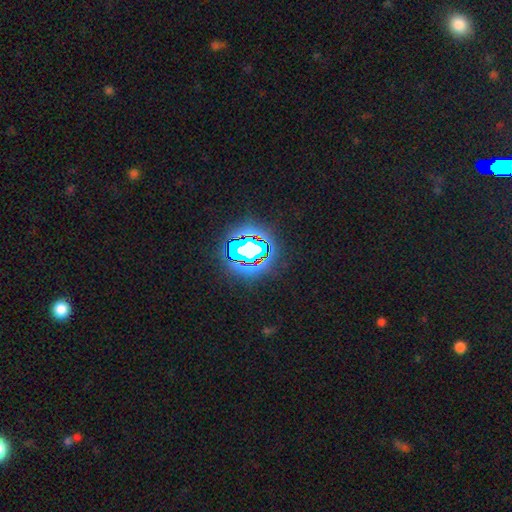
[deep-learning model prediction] Smooth or featured? Predicted: star or artifact (p=0.77).